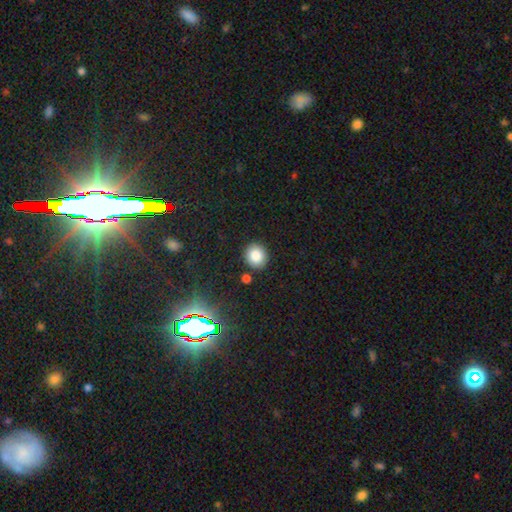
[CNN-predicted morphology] type=smooth (84%); roundness=round (74%); merging=none (87%).